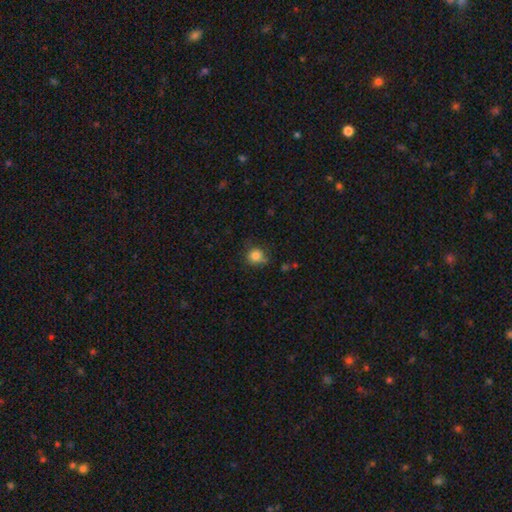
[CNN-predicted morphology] smooth_or_featured: smooth (p=0.83) [alt: star or artifact p=0.11]
how_rounded: round (p=0.85) [alt: in between p=0.14]
merging: none (p=0.69) [alt: minor disturbance p=0.22]